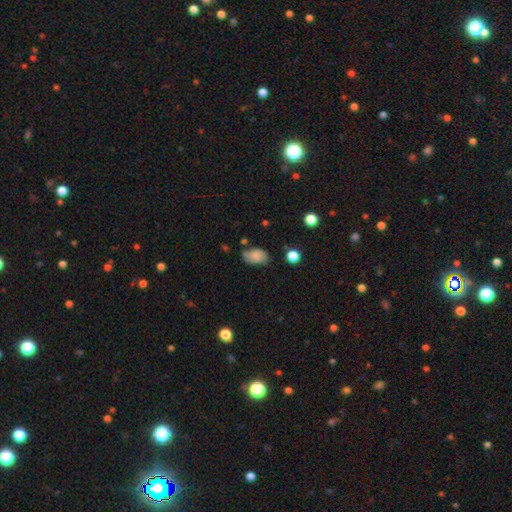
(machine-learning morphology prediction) Smooth or featured? Predicted: smooth (p=0.74). How rounded? Predicted: in between (p=0.88). Merging? Predicted: none (p=0.60).